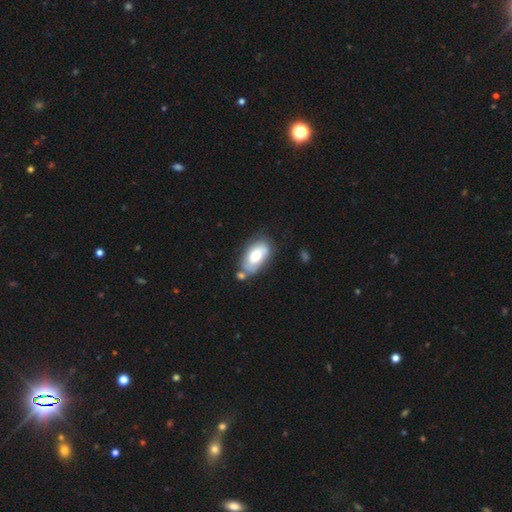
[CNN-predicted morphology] Smooth or featured: smooth — 64% (featured or disk — 30%)
How rounded: in between — 93% (round — 4%)
Merging: none — 54% (minor disturbance — 23%)